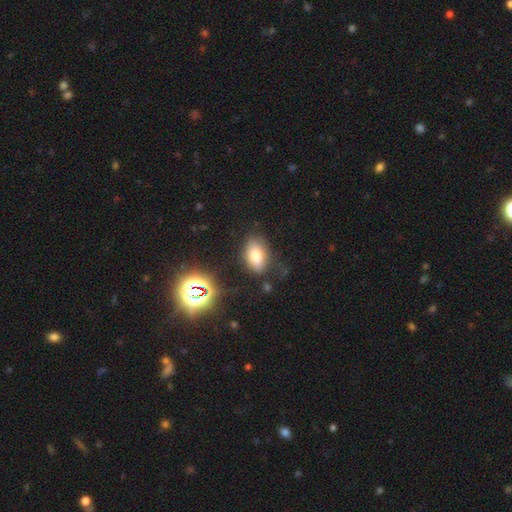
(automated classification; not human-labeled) A smooth galaxy with no disk features (73%) that is in between round and cigar-shaped (88%).

Vote fractions:
- Smooth or featured? smooth: 73% / star or artifact: 14% / featured or disk: 13%
- How rounded? in between: 88% / round: 10% / cigar-shaped: 3%
- Merging? none: 71% / minor disturbance: 19% / major disturbance: 7% / merger: 3%